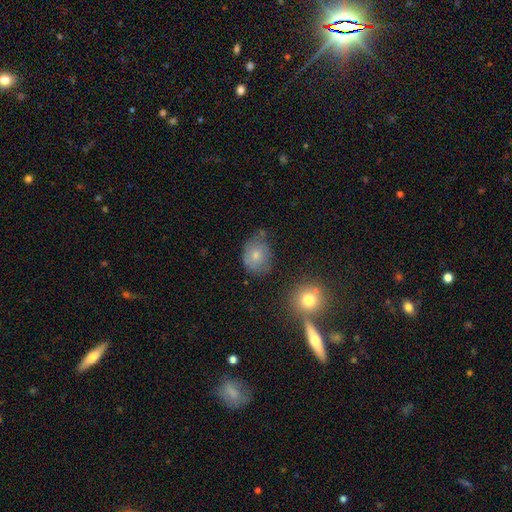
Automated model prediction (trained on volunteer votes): Smooth or featured?
  - smooth: 73% *
  - featured or disk: 17%
  - star or artifact: 10%
How rounded?
  - round: 57% *
  - in between: 42%
  - cigar-shaped: 1%
Merging?
  - none: 53% *
  - minor disturbance: 31%
  - major disturbance: 10%
  - merger: 7%